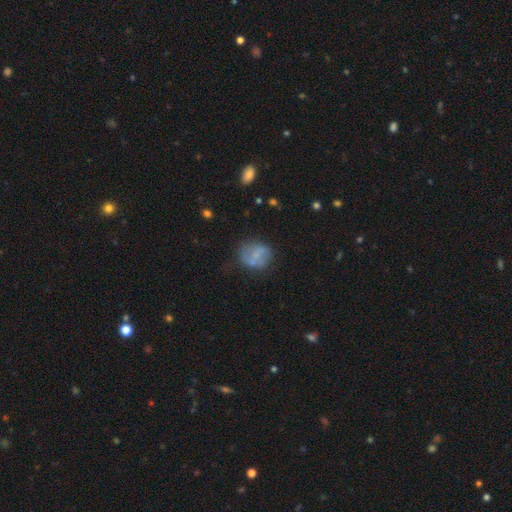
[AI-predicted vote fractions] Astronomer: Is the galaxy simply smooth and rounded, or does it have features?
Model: smooth — 55% (runner-up: featured or disk, 35%).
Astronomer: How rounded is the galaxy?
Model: round — 65%.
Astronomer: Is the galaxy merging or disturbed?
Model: none — 52%.